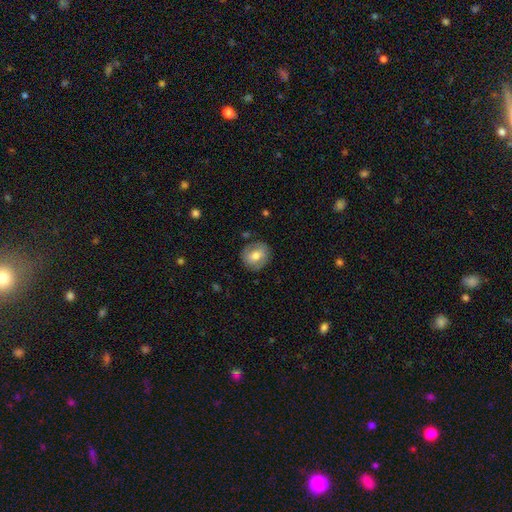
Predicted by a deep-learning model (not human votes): This is likely a smooth galaxy (64%). How rounded: likely round (75%). Merging: clearly none (81%).